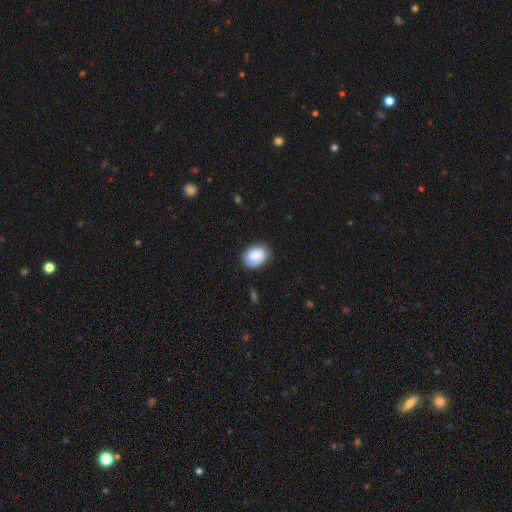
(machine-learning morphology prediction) smooth-or-featured: smooth: 84% | featured or disk: 9% | star or artifact: 7%
  how-rounded: in between: 71% | round: 28% | cigar-shaped: 1%
  merging: none: 78% | minor disturbance: 16% | major disturbance: 4% | merger: 2%